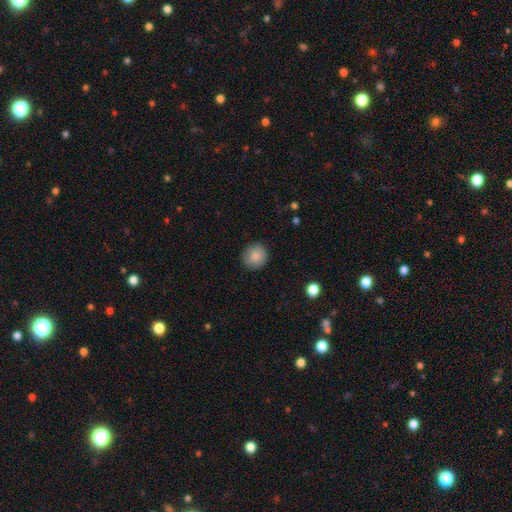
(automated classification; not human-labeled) smooth_or_featured: smooth (p=0.87) [alt: star or artifact p=0.08]
how_rounded: round (p=0.92) [alt: in between p=0.07]
merging: none (p=0.89) [alt: minor disturbance p=0.08]